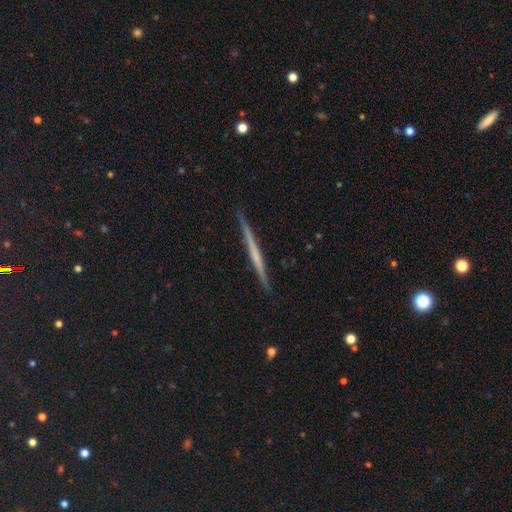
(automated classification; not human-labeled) Smooth or featured?
  - featured or disk: 64% *
  - smooth: 30%
  - star or artifact: 6%
Edge-on disk?
  - yes: 98% *
  - no: 2%
Edge-on bulge?
  - none: 75% *
  - rounded: 18%
  - boxy: 7%
Merging?
  - none: 91% *
  - minor disturbance: 7%
  - major disturbance: 1%
  - merger: 1%